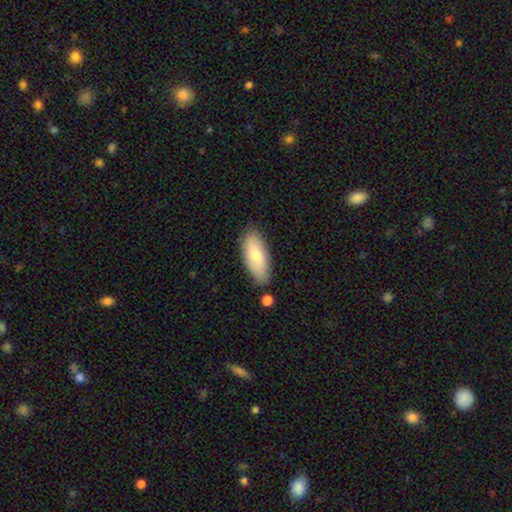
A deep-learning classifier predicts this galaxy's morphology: Smooth or featured? smooth (73%)
How rounded? in between (85%)
Merging? none (78%)